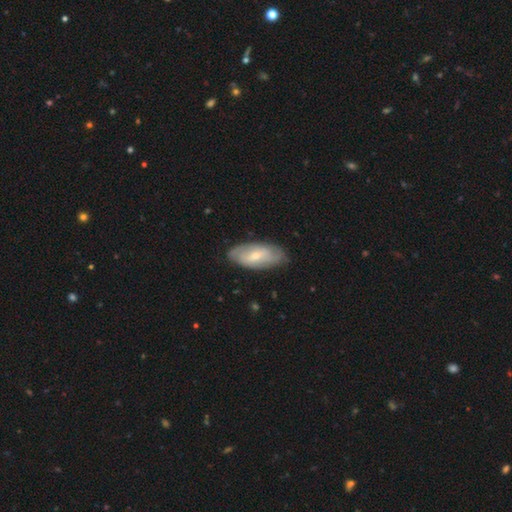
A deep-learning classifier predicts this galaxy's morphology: Smooth or featured? Predicted: featured or disk (p=0.52). Edge-on disk? Predicted: no (p=0.88). Merging? Predicted: none (p=0.79).